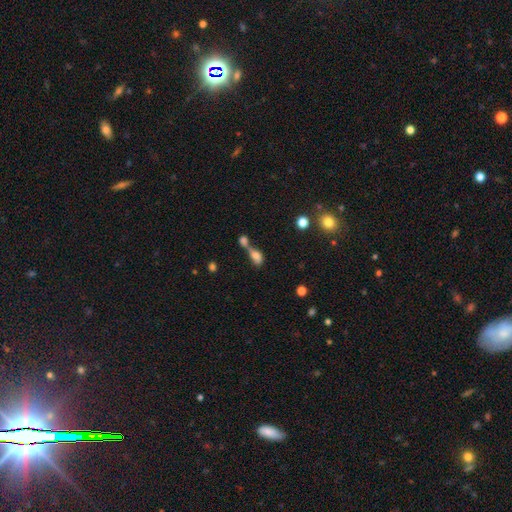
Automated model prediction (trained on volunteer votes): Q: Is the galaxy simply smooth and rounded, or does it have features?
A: smooth — 68%.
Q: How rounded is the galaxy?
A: in between — 74%.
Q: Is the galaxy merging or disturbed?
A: merger — 67%.